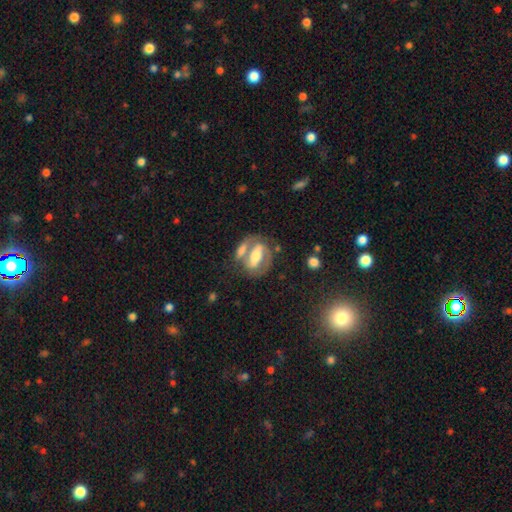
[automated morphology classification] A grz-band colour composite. It shows a featured or disk galaxy (71%) with a strong bar (61%), spiral arms (70%) and a moderate central bulge (51%). Merging: none (49%).